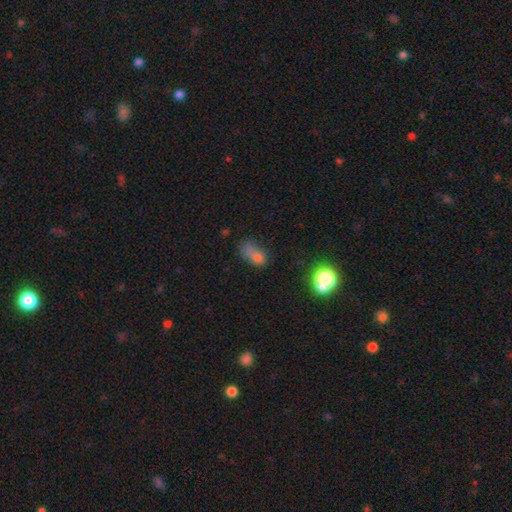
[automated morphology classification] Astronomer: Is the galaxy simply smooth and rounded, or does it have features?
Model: smooth — 68%.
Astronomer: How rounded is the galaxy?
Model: in between — 75%.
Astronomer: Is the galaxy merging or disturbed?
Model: none — 30% (runner-up: major disturbance, 25%).